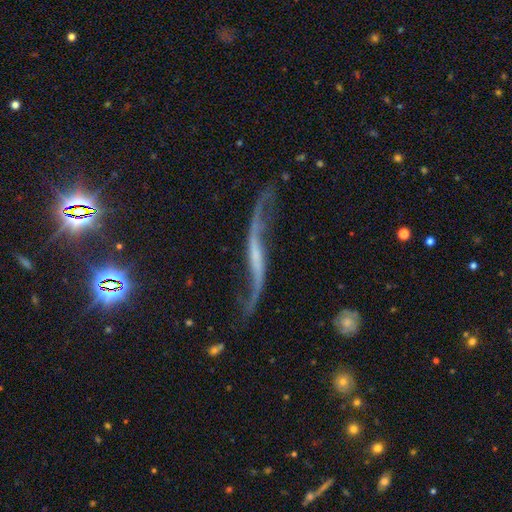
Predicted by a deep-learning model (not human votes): A featured or disk galaxy (86%) with no bar (35%), 2 (93%) loose (94%) spiral arms (94%) and a small central bulge (45%).

Vote fractions:
- Smooth or featured? featured or disk: 86% / star or artifact: 8% / smooth: 6%
- Edge-on disk? no: 72% / yes: 28%
- Bar? no: 35% / weak: 33% / strong: 32%
- Spiral arms? yes: 94% / no: 6%
- Spiral winding? loose: 94% / medium: 4% / tight: 2%
- Spiral arm count? 2: 93% / 1: 3% / can't tell: 2% / 3: 1% / 4: 1% / more than 4: 1%
- Bulge size? small: 45% / none: 38% / moderate: 12% / large: 3% / dominant: 2%
- Merging? none: 60% / minor disturbance: 19% / major disturbance: 16% / merger: 5%